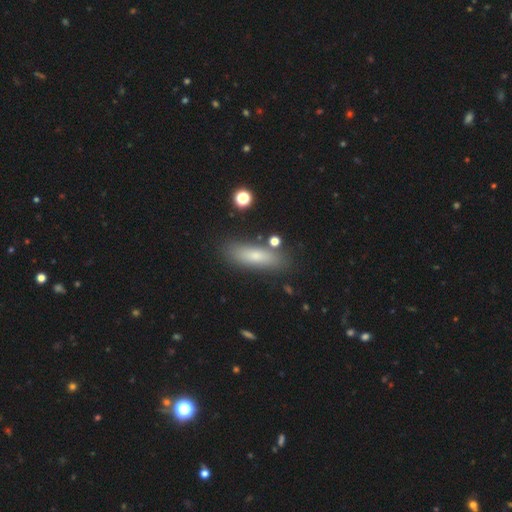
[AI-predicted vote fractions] A smooth galaxy with no disk features (72%) that is cigar-shaped (52%). Merging: none (82%).